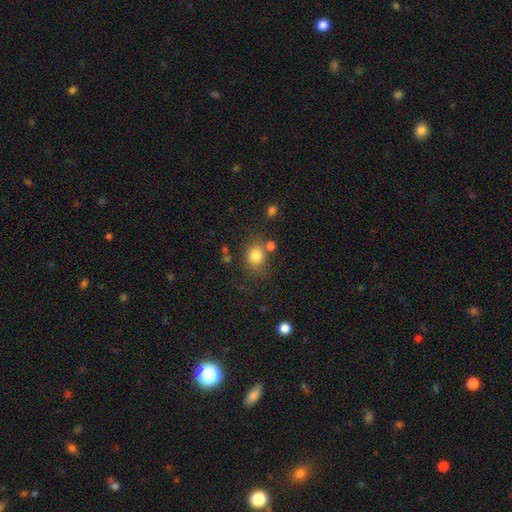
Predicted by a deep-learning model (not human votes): smooth 81%, star or artifact 12%, featured or disk 8%. Down the decision tree: how rounded — round (66%); merging — none (65%).